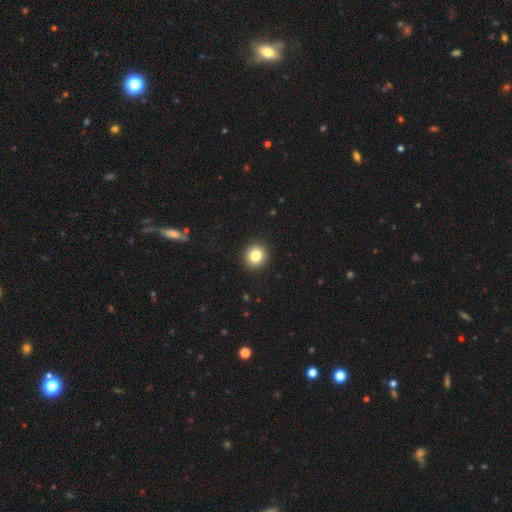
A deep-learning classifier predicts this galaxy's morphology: The model was most divided on "smooth or featured": smooth: 83%, star or artifact: 10%, featured or disk: 7%. More confident: merging — none (92%); how rounded — round (88%).